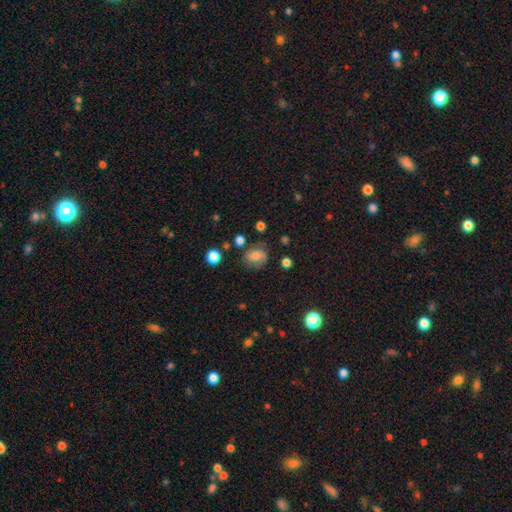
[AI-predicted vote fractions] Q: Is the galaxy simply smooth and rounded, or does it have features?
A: smooth — 67%.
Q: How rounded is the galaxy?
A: round — 54%.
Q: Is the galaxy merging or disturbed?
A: none — 64%.